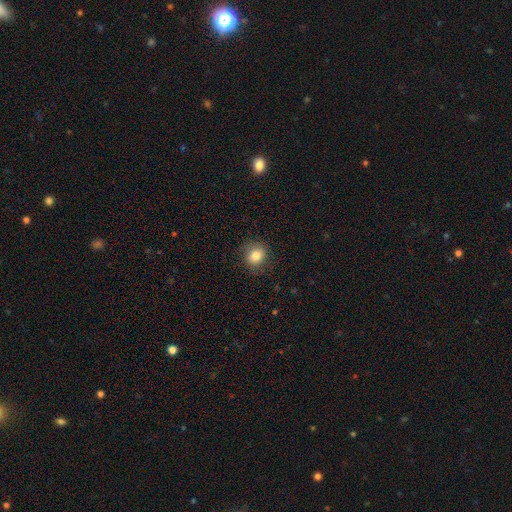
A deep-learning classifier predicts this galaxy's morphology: smooth 81%, star or artifact 10%, featured or disk 9%. Down the decision tree: how rounded — round (74%); merging — none (82%).